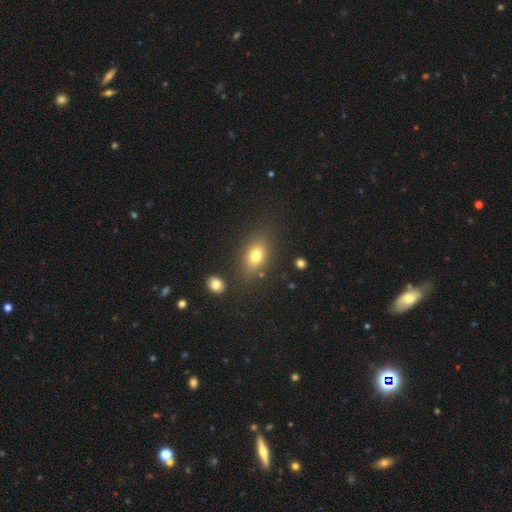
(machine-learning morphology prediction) Q: Smooth or featured?
A: smooth (76%); runner-up: featured or disk (12%)
Q: How rounded?
A: in between (77%); runner-up: round (19%)
Q: Merging?
A: none (79%); runner-up: minor disturbance (12%)